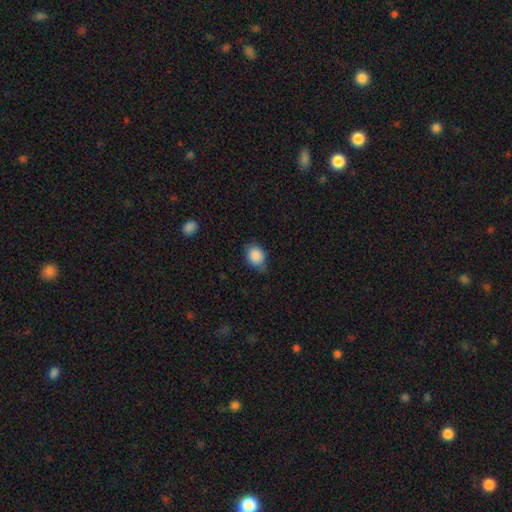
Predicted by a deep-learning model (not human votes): Q: Smooth or featured?
A: smooth (88%); runner-up: star or artifact (8%)
Q: How rounded?
A: round (53%); runner-up: in between (46%)
Q: Merging?
A: none (67%); runner-up: minor disturbance (26%)